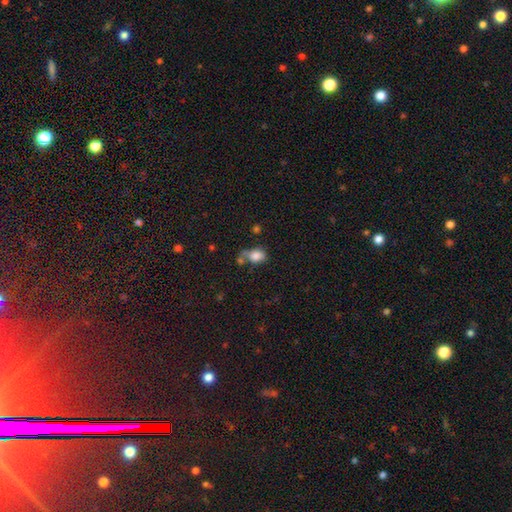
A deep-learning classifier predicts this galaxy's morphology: Overall: smooth (81%). How rounded: in between (63%; round 35%). Merging: none (35%; merger 26%).